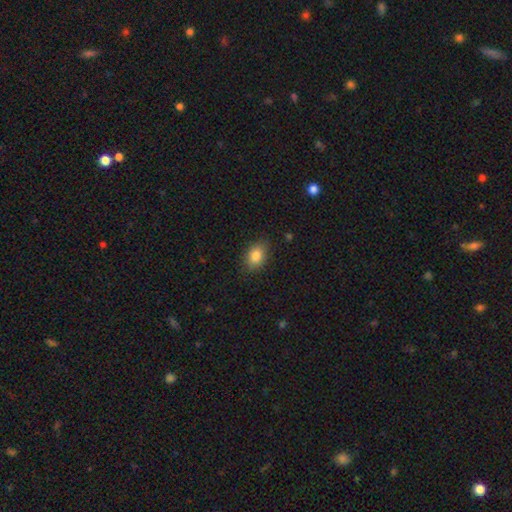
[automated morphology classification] type=smooth (84%); roundness=in between (82%); merging=none (85%).